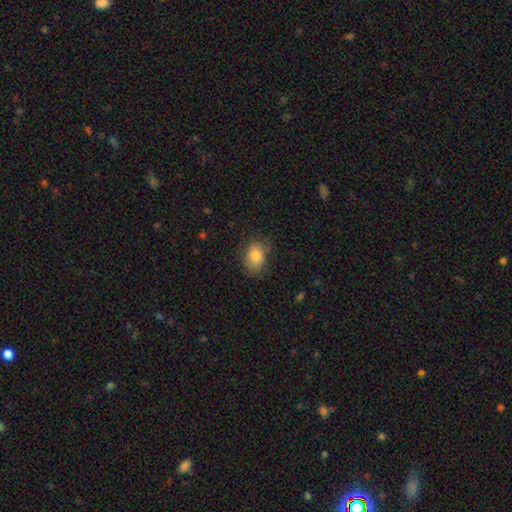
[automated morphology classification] A smooth galaxy with no disk features (82%) that is in between round and cigar-shaped (67%). Merging: none (73%).